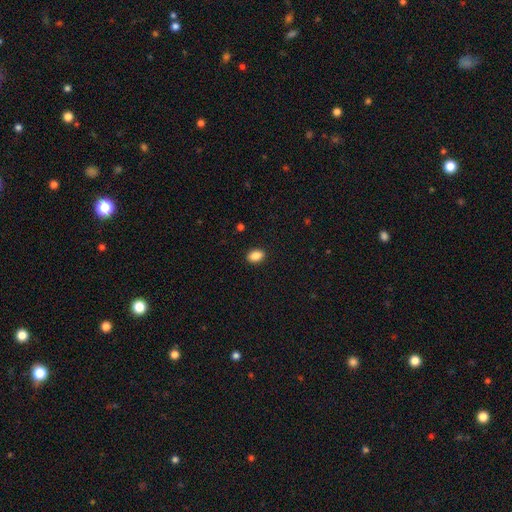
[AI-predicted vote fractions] Smooth or featured? smooth (88%)
How rounded? in between (81%)
Merging? none (90%)